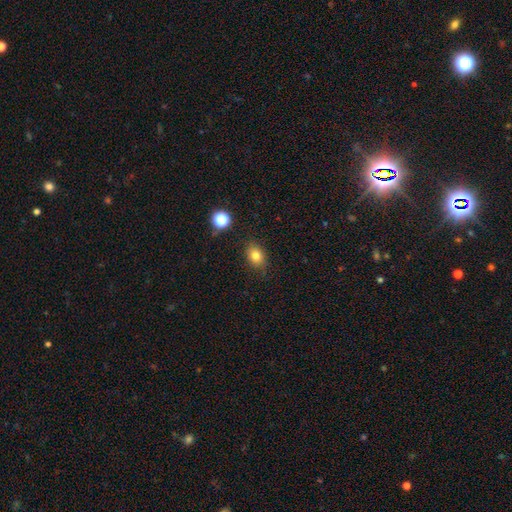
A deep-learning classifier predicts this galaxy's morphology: Smooth or featured? smooth (80%)
How rounded? in between (62%)
Merging? none (84%)